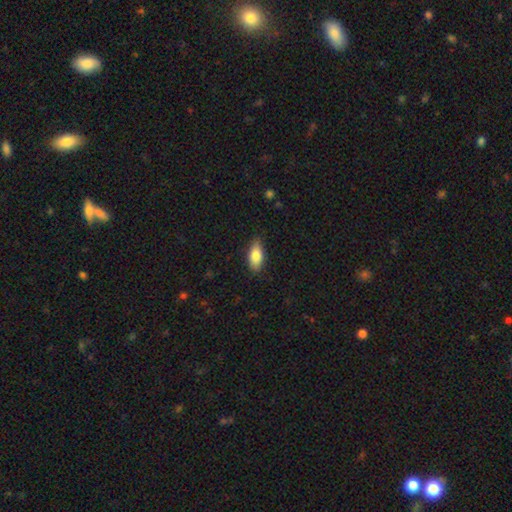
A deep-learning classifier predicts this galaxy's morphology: Smooth or featured?
  - smooth: 79% *
  - featured or disk: 14%
  - star or artifact: 7%
How rounded?
  - in between: 85% *
  - cigar-shaped: 12%
  - round: 3%
Merging?
  - none: 84% *
  - minor disturbance: 13%
  - major disturbance: 2%
  - merger: 1%